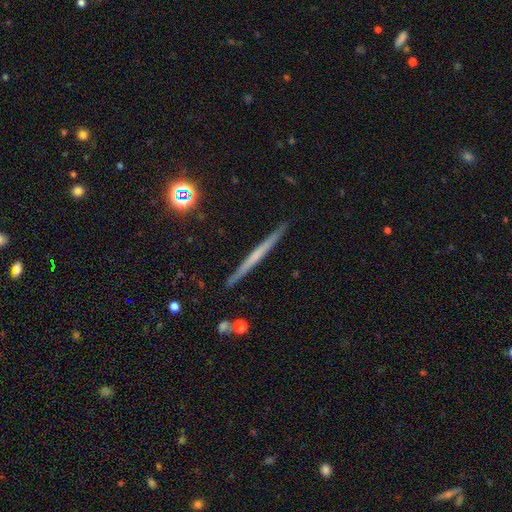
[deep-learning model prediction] The model was most divided on "smooth or featured": featured or disk: 55%, smooth: 36%, star or artifact: 8%. More confident: edge-on disk — yes (97%); merging — none (91%); edge-on bulge — none (84%).